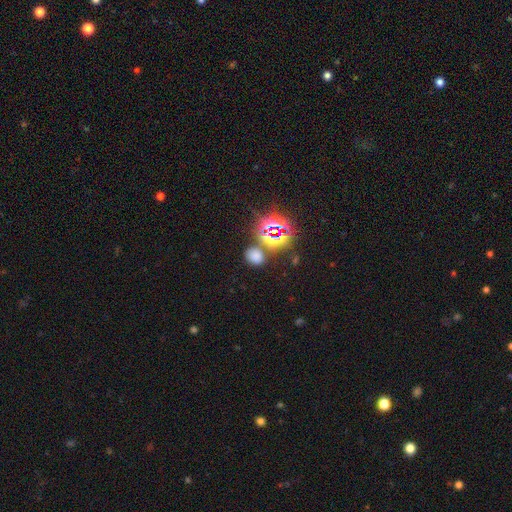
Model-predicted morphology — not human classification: Smooth or featured? smooth (59%)
How rounded? round (58%)
Merging? none (75%)